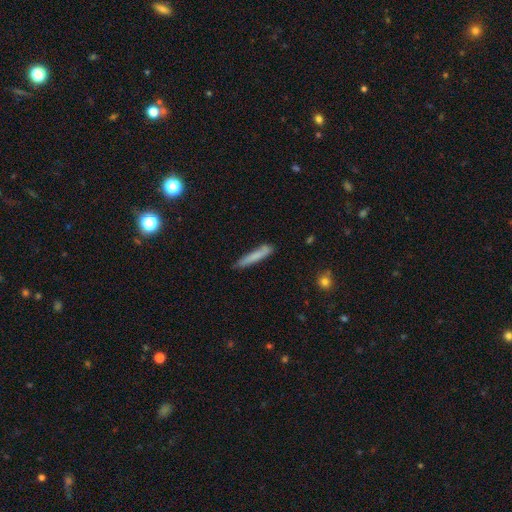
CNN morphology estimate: A smooth galaxy with no disk features (74%) that is cigar-shaped (94%). Merging: none (80%).